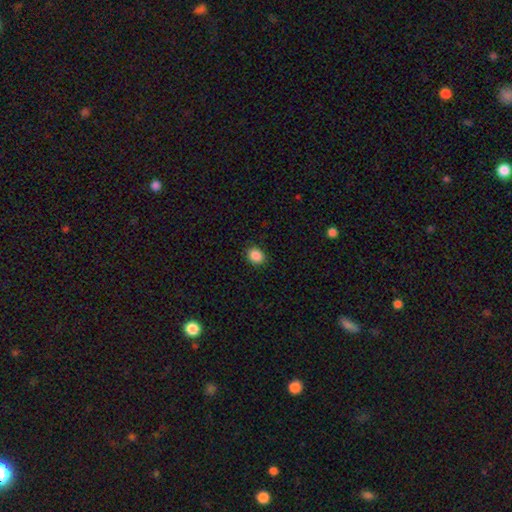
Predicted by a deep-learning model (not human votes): smooth 88%, star or artifact 9%, featured or disk 3%. Down the decision tree: how rounded — round (57%); merging — none (90%).